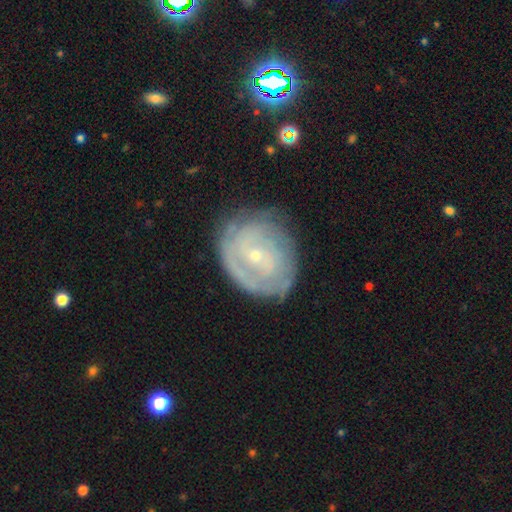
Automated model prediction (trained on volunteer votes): smooth_or_featured: featured or disk (p=0.72) [alt: smooth p=0.21]
disk_edge_on: no (p=0.96) [alt: yes p=0.04]
bar: no (p=0.64) [alt: weak p=0.29]
has_spiral_arms: yes (p=0.77) [alt: no p=0.23]
spiral_winding: tight (p=0.70) [alt: medium p=0.22]
spiral_arm_count: can't tell (p=0.54) [alt: 2 p=0.20]
bulge_size: small (p=0.80) [alt: moderate p=0.16]
merging: none (p=0.69) [alt: minor disturbance p=0.21]